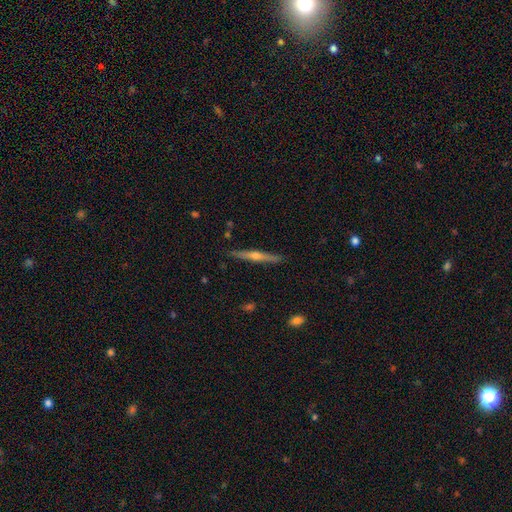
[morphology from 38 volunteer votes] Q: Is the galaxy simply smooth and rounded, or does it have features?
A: featured or disk — 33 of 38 (87%).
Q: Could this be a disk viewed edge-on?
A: yes — 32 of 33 (97%).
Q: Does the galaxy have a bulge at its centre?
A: rounded — 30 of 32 (94%).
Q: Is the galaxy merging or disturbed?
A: none — 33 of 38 (87%).